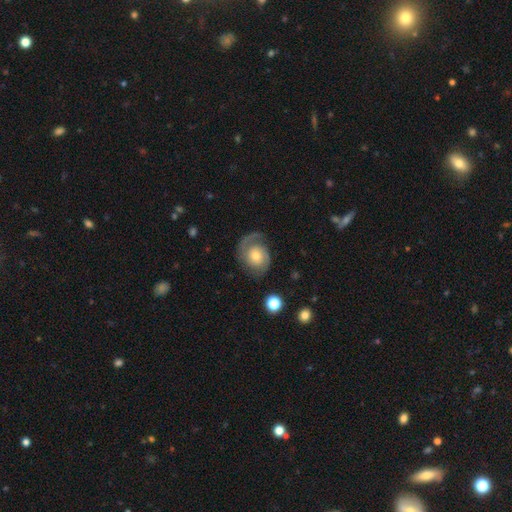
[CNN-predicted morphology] The model was most divided on "spiral winding": tight: 44%, medium: 41%, loose: 15%. More confident: edge-on disk — no (98%); spiral arms — yes (95%); smooth or featured — featured or disk (80%); bar — no (74%); spiral arm count — 2 (74%); merging — none (72%); bulge size — moderate (55%).